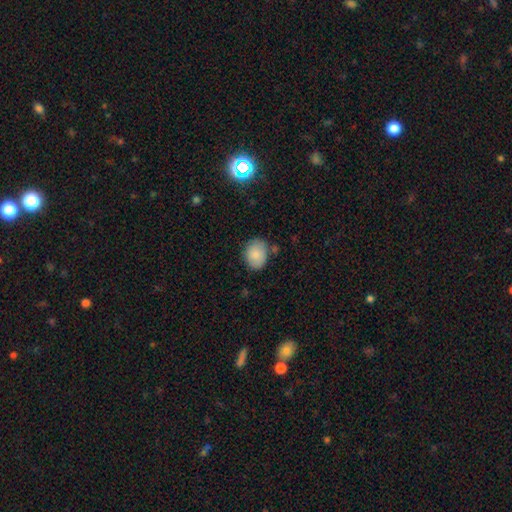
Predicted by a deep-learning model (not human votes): Smooth or featured: smooth — 86% (star or artifact — 7%)
How rounded: in between — 58% (round — 41%)
Merging: none — 72% (minor disturbance — 19%)